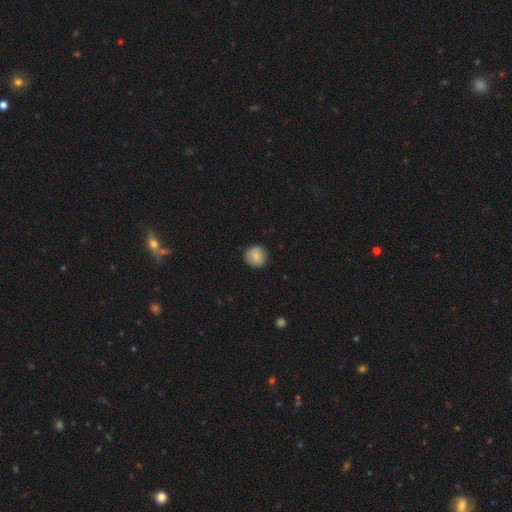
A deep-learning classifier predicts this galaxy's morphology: Smooth or featured: smooth — 86% (star or artifact — 8%)
How rounded: round — 93% (in between — 6%)
Merging: none — 89% (minor disturbance — 8%)